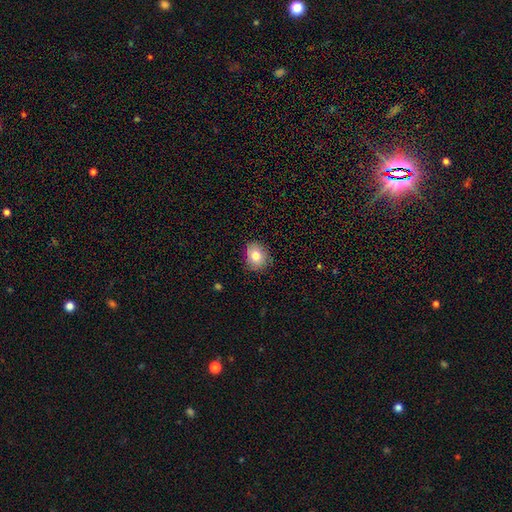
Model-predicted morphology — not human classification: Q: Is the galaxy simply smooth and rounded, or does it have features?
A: smooth — 78%.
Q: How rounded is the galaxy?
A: round — 63%.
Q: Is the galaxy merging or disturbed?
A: none — 84%.